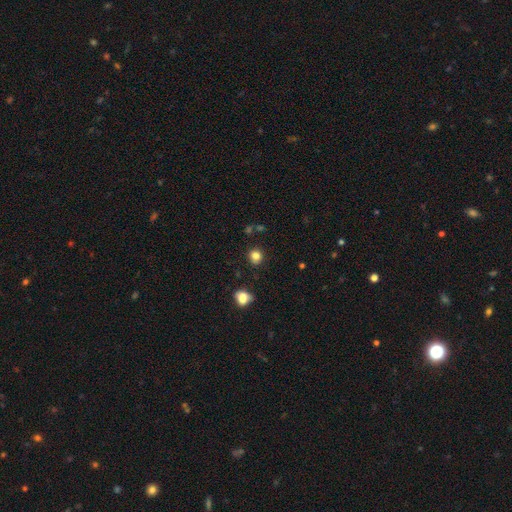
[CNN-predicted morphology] Q: Smooth or featured?
A: smooth (82%); runner-up: star or artifact (13%)
Q: How rounded?
A: round (84%); runner-up: in between (15%)
Q: Merging?
A: none (86%); runner-up: minor disturbance (9%)